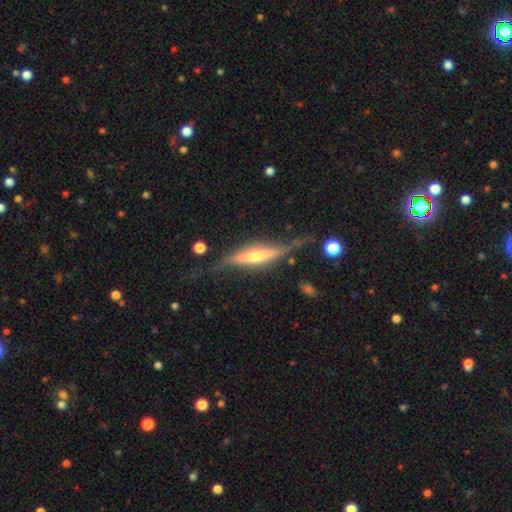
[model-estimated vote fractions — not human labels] A featured or disk galaxy (82%) viewed edge-on (88%) with a rounded central bulge (73%).

Vote fractions:
- Smooth or featured? featured or disk: 82% / smooth: 13% / star or artifact: 5%
- Edge-on disk? yes: 88% / no: 12%
- Edge-on bulge? rounded: 73% / boxy: 20% / none: 7%
- Merging? none: 62% / minor disturbance: 23% / major disturbance: 12% / merger: 4%